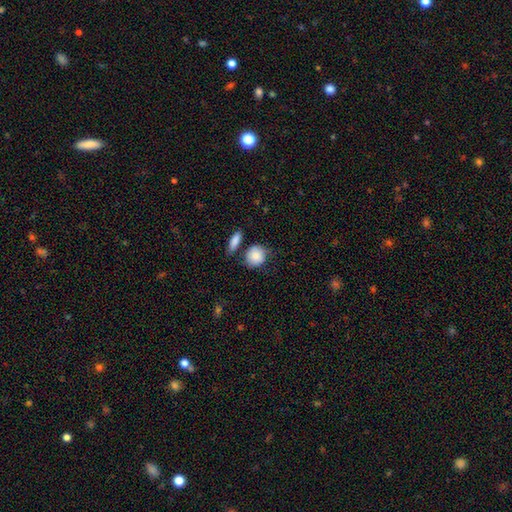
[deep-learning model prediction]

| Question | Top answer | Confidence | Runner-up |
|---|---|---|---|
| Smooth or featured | smooth | 85% | featured or disk (9%) |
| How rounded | round | 73% | in between (25%) |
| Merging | none | 62% | minor disturbance (20%) |